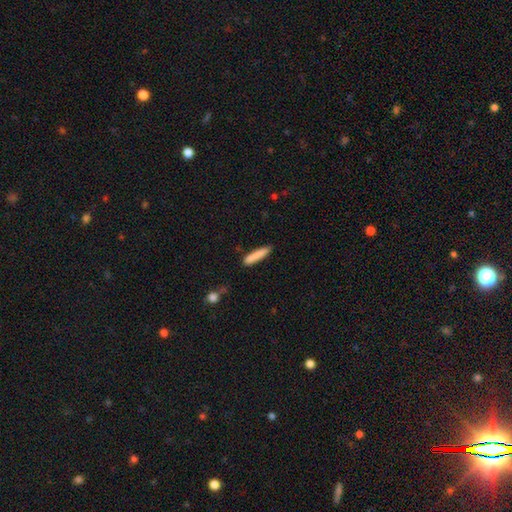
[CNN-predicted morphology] This appears to be a smooth galaxy with no disk features (84%) that is cigar-shaped (89%). Merging: none (84%).